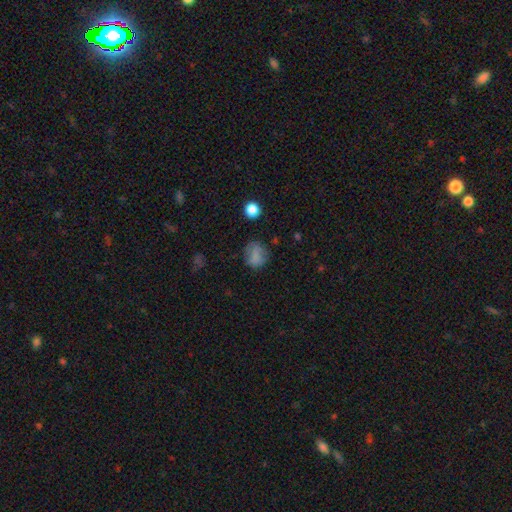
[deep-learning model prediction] Smooth or featured: smooth — 76% (star or artifact — 13%)
How rounded: round — 63% (in between — 36%)
Merging: none — 67% (minor disturbance — 21%)